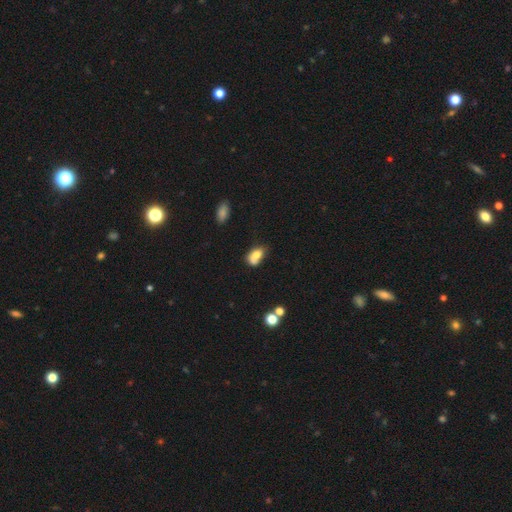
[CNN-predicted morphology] type=smooth (71%); roundness=in between (79%); merging=merger (36%).